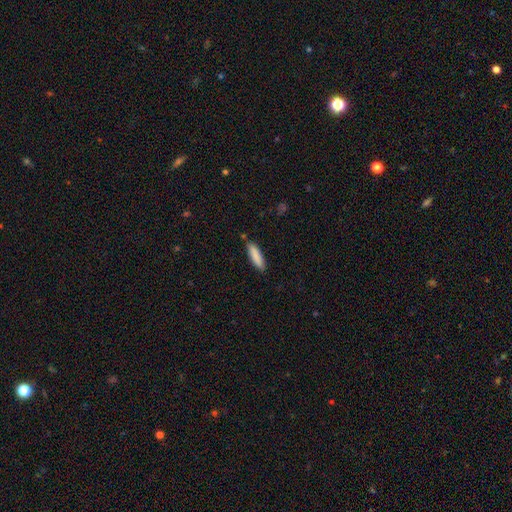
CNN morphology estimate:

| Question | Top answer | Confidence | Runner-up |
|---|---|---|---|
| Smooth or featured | smooth | 87% | featured or disk (6%) |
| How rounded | cigar-shaped | 65% | in between (34%) |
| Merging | none | 84% | minor disturbance (11%) |